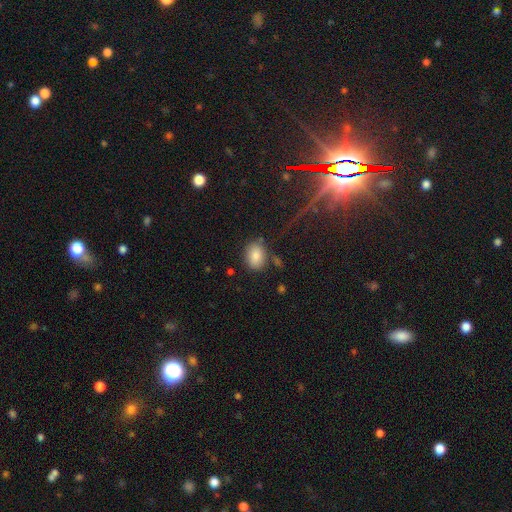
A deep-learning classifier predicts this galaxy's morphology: This appears to be a smooth galaxy with no disk features (85%) that is in between round and cigar-shaped (70%). Merging: none (76%).